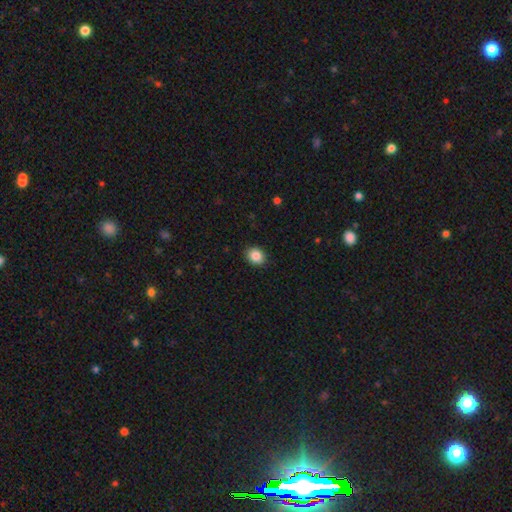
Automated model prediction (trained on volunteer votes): This is clearly a smooth galaxy (86%). How rounded: possibly round (52%). Merging: clearly none (90%).